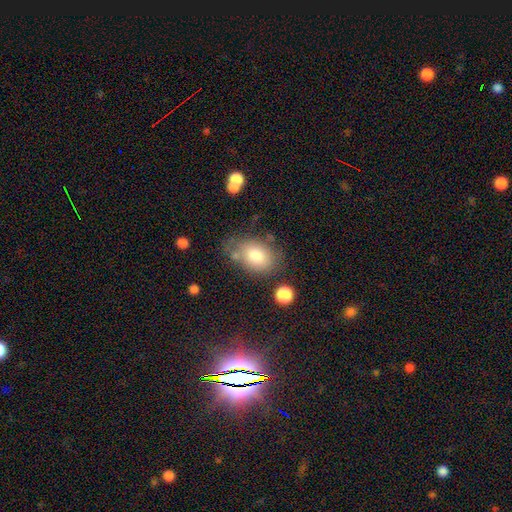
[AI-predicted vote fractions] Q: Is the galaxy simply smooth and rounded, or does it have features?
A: smooth — 78%.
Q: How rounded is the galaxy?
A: in between — 76%.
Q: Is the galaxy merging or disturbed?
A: none — 63%.